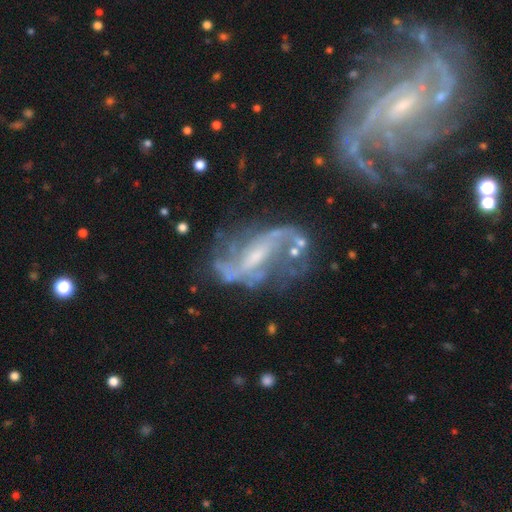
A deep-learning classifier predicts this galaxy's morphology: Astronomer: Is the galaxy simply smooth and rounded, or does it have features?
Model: featured or disk — 84%.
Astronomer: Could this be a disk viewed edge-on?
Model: no — 95%.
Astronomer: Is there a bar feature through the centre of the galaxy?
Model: weak — 44% (runner-up: strong, 33%).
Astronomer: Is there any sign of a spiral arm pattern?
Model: yes — 88%.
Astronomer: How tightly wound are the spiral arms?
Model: loose — 58%.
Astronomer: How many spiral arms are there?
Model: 2 — 68%.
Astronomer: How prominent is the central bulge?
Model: small — 51% (runner-up: moderate, 27%).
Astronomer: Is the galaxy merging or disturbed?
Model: none — 46% (runner-up: major disturbance, 24%).